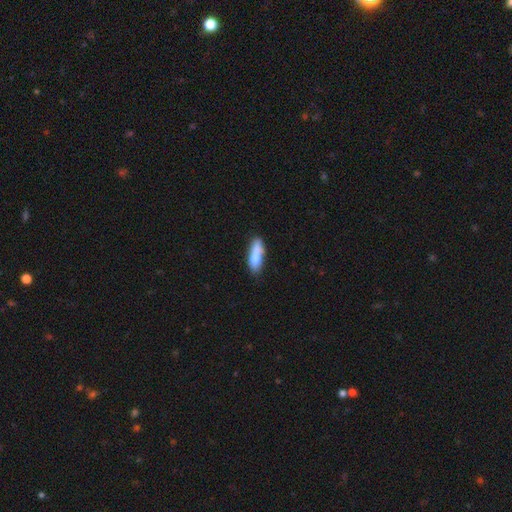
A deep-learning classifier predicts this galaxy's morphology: smooth 78%, featured or disk 16%, star or artifact 7%. Down the decision tree: how rounded — in between (52%); merging — none (57%).